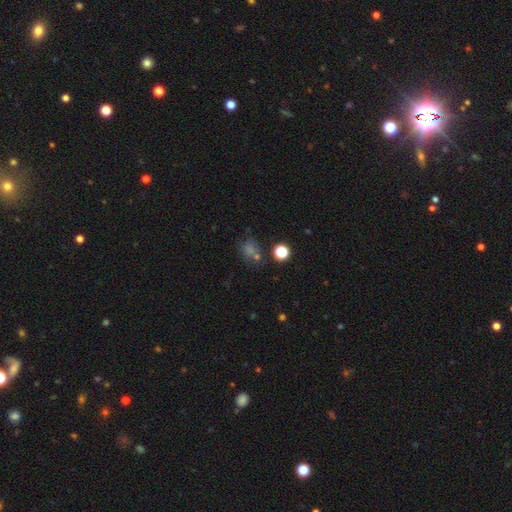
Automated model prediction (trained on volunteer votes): Smooth or featured? smooth (52%)
How rounded? round (74%)
Merging? none (67%)